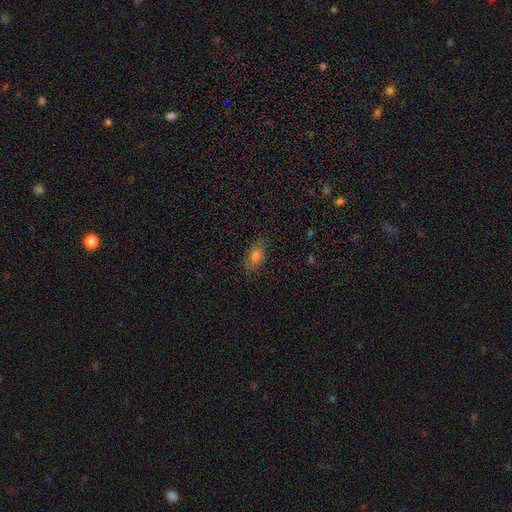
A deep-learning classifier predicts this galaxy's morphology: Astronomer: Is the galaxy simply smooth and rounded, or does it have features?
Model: smooth — 70%.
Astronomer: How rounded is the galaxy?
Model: in between — 82%.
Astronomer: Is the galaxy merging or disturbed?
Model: none — 81%.